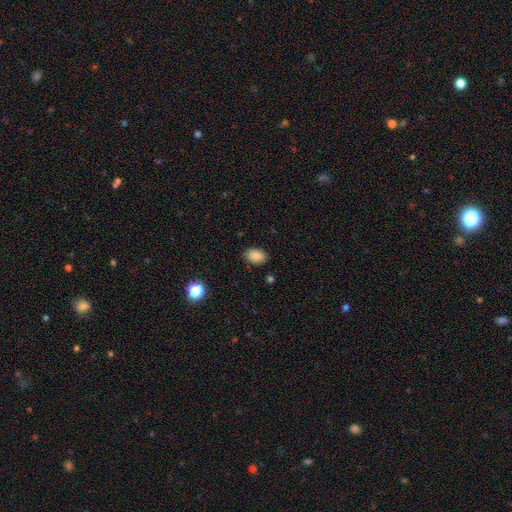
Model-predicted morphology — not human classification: A smooth galaxy with no disk features (85%) that is in between round and cigar-shaped (85%). Merging: none (84%).